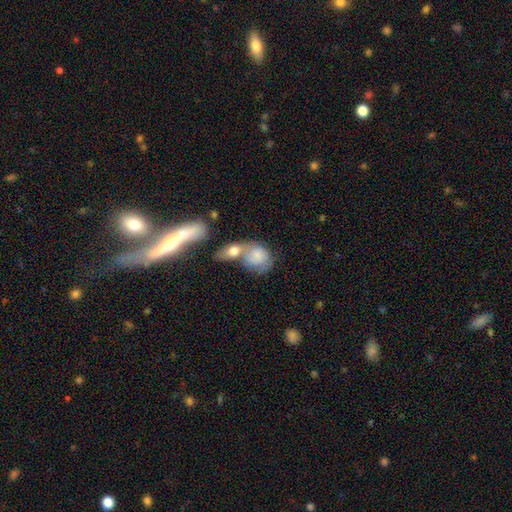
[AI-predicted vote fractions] Smooth or featured? Predicted: smooth (p=0.70). How rounded? Predicted: in between (p=0.48). Merging? Predicted: merger (p=0.54).